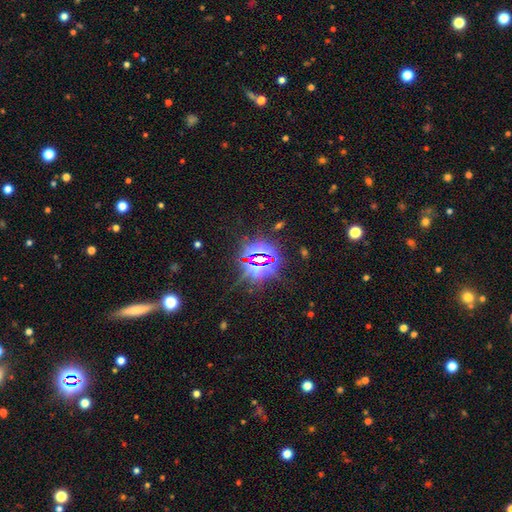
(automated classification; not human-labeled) Smooth or featured: star or artifact — 83% (smooth — 9%)